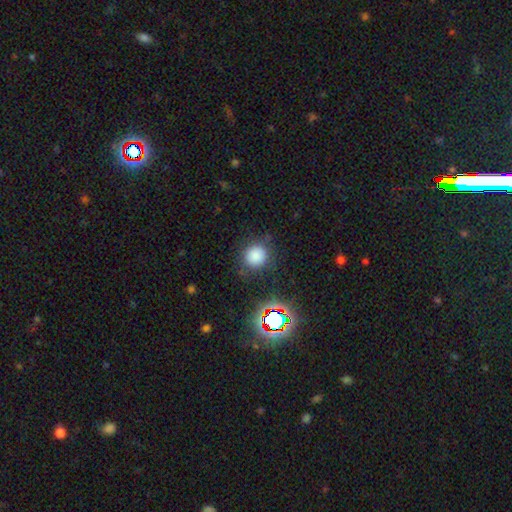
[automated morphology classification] smooth_or_featured: smooth (p=0.79) [alt: star or artifact p=0.16]
how_rounded: round (p=0.89) [alt: in between p=0.10]
merging: none (p=0.82) [alt: minor disturbance p=0.11]